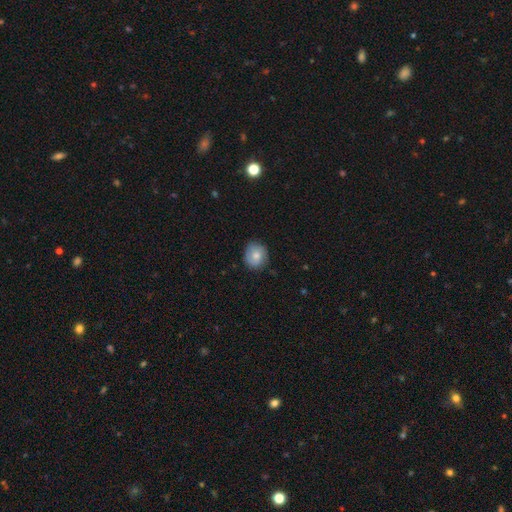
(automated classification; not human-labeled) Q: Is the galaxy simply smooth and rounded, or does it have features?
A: smooth — 72%.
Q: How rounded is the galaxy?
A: round — 82%.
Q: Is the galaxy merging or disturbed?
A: none — 79%.